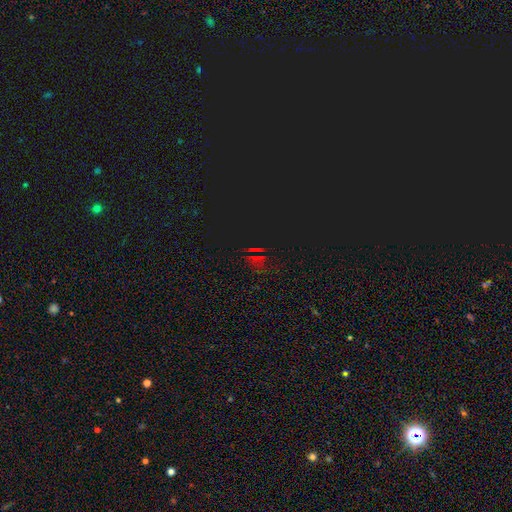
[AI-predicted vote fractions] smooth_or_featured: star or artifact (p=0.76) [alt: smooth p=0.17]